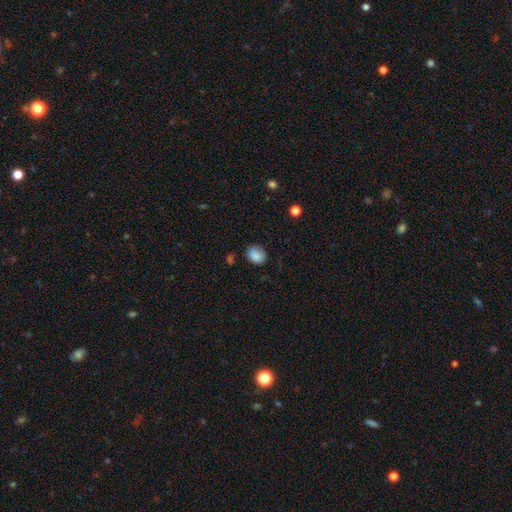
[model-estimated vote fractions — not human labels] Smooth or featured?
  - smooth: 85% *
  - star or artifact: 9%
  - featured or disk: 6%
How rounded?
  - round: 52% *
  - in between: 48%
  - cigar-shaped: 1%
Merging?
  - none: 71% *
  - minor disturbance: 22%
  - major disturbance: 5%
  - merger: 3%